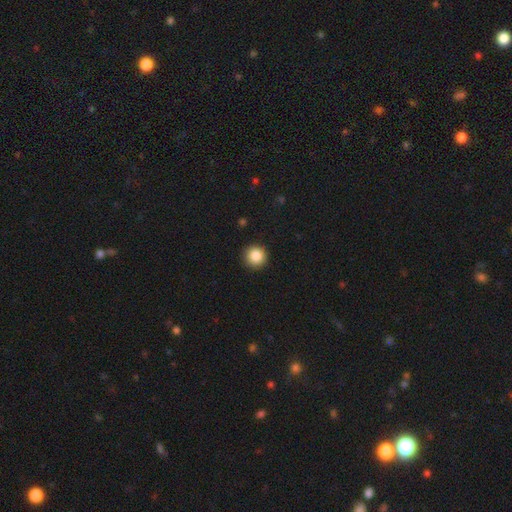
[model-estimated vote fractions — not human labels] Smooth or featured: smooth — 86% (star or artifact — 9%)
How rounded: round — 96% (in between — 3%)
Merging: none — 92% (minor disturbance — 5%)